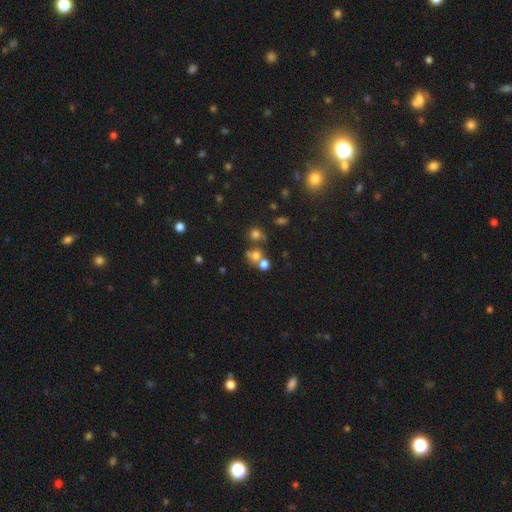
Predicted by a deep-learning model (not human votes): Smooth or featured? smooth (63%)
How rounded? round (79%)
Merging? none (47%)